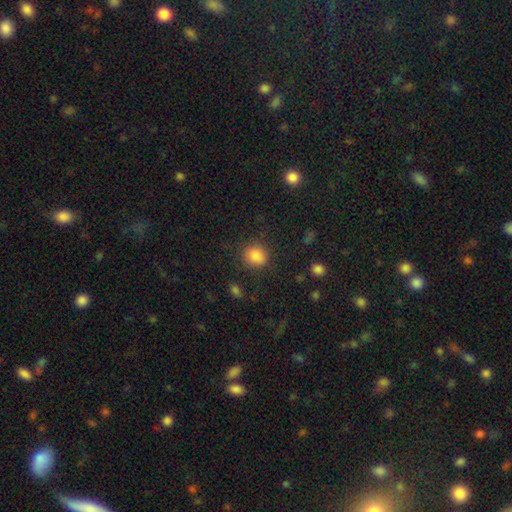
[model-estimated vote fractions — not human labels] A smooth galaxy with no disk features (85%) that is round (78%).

Vote fractions:
- Smooth or featured? smooth: 85% / star or artifact: 10% / featured or disk: 5%
- How rounded? round: 78% / in between: 21% / cigar-shaped: 1%
- Merging? none: 84% / minor disturbance: 10% / major disturbance: 4% / merger: 2%